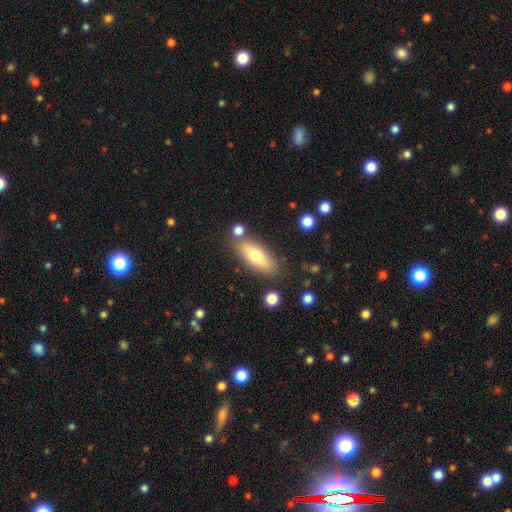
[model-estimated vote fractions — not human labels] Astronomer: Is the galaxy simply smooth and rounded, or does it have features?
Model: smooth — 67%.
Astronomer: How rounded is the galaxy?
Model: in between — 66%.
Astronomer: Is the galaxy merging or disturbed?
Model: none — 78%.